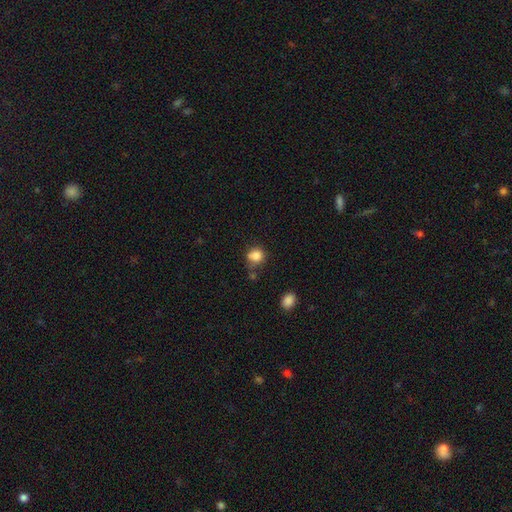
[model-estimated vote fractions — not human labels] A smooth galaxy with no disk features (83%) that is round (77%).

Vote fractions:
- Smooth or featured? smooth: 83% / star or artifact: 11% / featured or disk: 6%
- How rounded? round: 77% / in between: 22% / cigar-shaped: 1%
- Merging? none: 58% / minor disturbance: 23% / merger: 12% / major disturbance: 7%